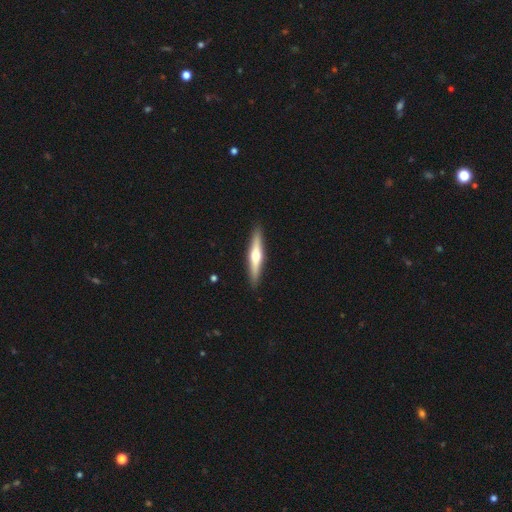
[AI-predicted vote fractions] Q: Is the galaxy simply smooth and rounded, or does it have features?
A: featured or disk — 60%.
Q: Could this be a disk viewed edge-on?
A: yes — 96%.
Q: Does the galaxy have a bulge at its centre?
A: rounded — 92%.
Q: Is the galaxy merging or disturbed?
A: none — 91%.